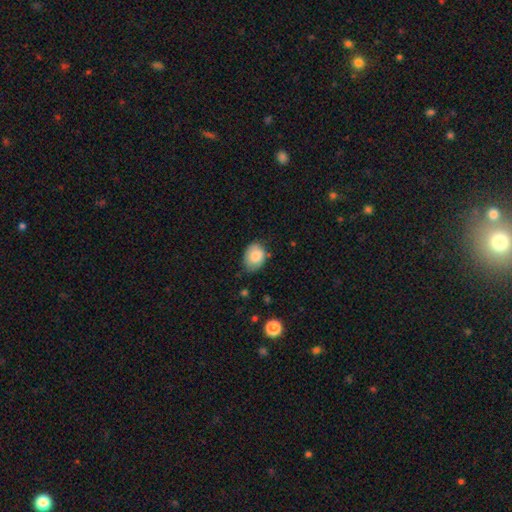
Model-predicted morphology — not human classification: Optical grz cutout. It shows a smooth galaxy with no disk features (81%) that is in between round and cigar-shaped (69%). Merging: none (64%).